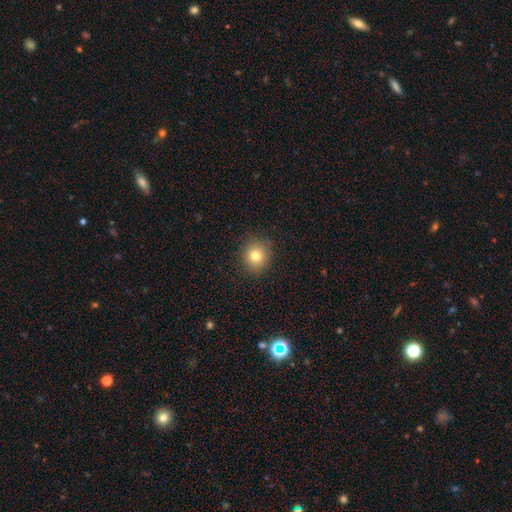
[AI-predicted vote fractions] Smooth or featured? Predicted: smooth (p=0.78). How rounded? Predicted: round (p=0.86). Merging? Predicted: none (p=0.89).